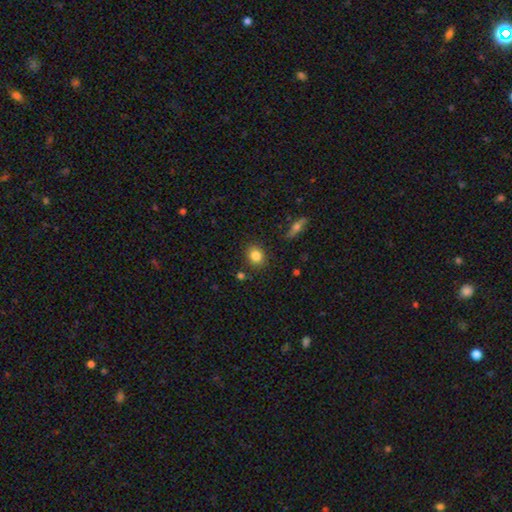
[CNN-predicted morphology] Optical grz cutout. It shows a smooth galaxy with no disk features (83%) that is round (67%). Merging: none (85%).